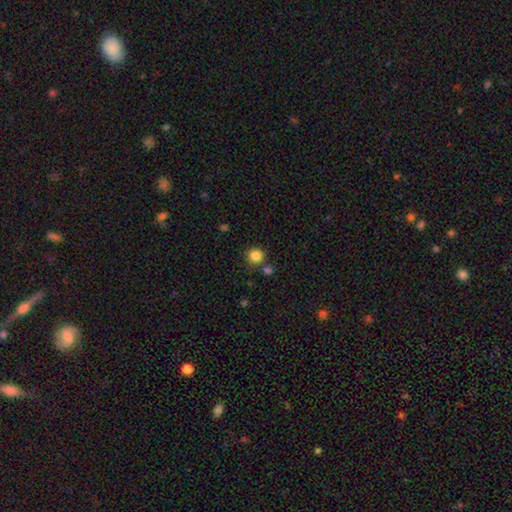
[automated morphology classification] The model was most divided on "merging": none: 79%, merger: 9%, minor disturbance: 9%, major disturbance: 3%. More confident: how rounded — round (91%); smooth or featured — smooth (84%).